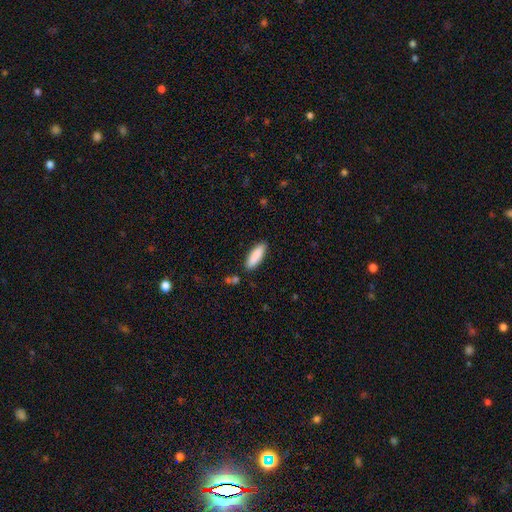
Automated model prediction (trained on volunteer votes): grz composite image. It shows a smooth galaxy with no disk features (88%) that is in between round and cigar-shaped (55%). Merging: none (85%).